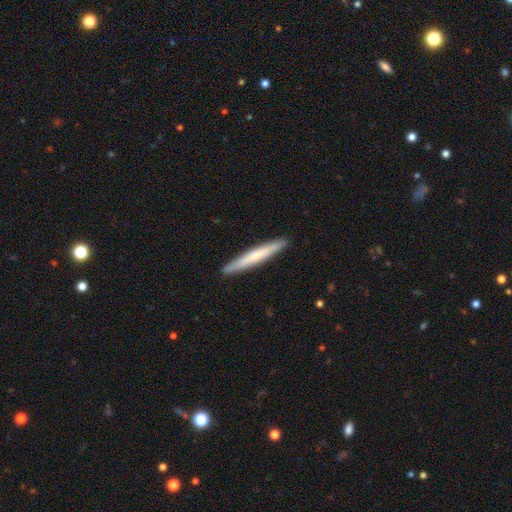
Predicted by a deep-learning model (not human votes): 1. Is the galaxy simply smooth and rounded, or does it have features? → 59% smooth, 36% featured or disk, 5% star or artifact.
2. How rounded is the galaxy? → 96% cigar-shaped, 3% in between, 1% round.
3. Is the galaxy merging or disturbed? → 91% none, 6% minor disturbance, 1% major disturbance, 1% merger.